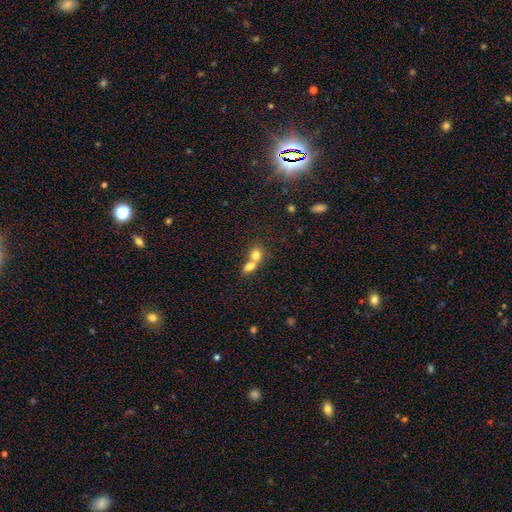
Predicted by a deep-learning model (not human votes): Overall: smooth (76%). How rounded: round (58%; in between 40%). Merging: merger (71%).